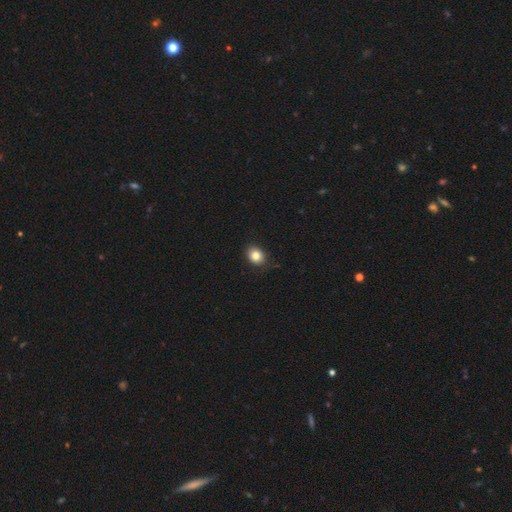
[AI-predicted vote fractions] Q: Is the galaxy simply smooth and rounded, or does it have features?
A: smooth — 83%.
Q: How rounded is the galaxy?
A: in between — 51%.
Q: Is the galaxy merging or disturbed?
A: none — 84%.